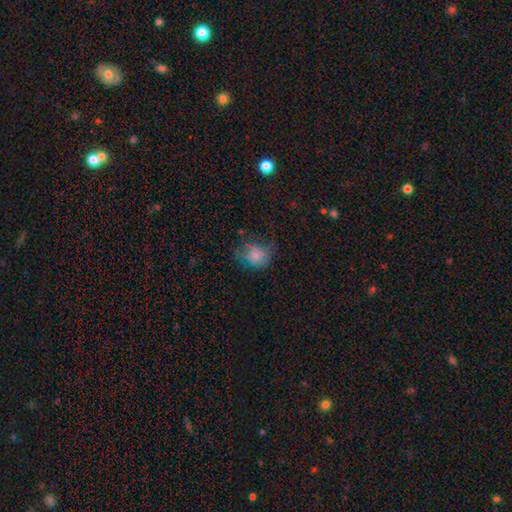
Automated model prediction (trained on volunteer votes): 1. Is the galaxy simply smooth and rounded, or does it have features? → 67% smooth, 18% featured or disk, 15% star or artifact.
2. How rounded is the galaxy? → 60% round, 39% in between, 1% cigar-shaped.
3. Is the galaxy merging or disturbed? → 52% none, 27% minor disturbance, 19% major disturbance, 2% merger.